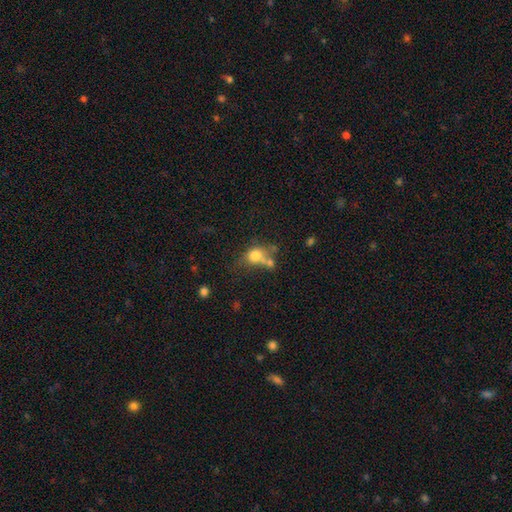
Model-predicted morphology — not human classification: Q: Smooth or featured?
A: smooth (73%); runner-up: featured or disk (14%)
Q: How rounded?
A: round (66%); runner-up: in between (33%)
Q: Merging?
A: merger (38%); runner-up: none (36%)